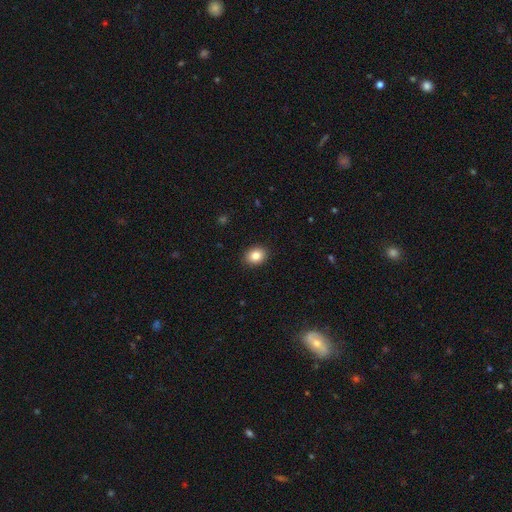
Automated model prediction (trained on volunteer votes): Smooth or featured? smooth (85%)
How rounded? in between (52%)
Merging? none (90%)